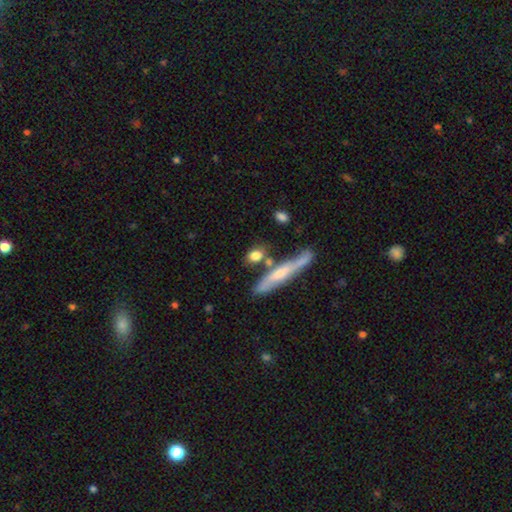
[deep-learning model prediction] Smooth or featured: smooth — 75% (featured or disk — 18%)
How rounded: in between — 43% (cigar-shaped — 29%)
Merging: none — 60% (merger — 19%)